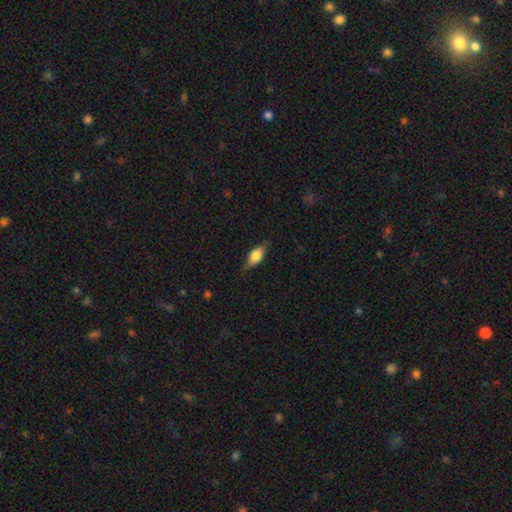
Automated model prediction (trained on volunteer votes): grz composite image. It shows a smooth galaxy with no disk features (66%) that is in between round and cigar-shaped (81%). Merging: none (74%).